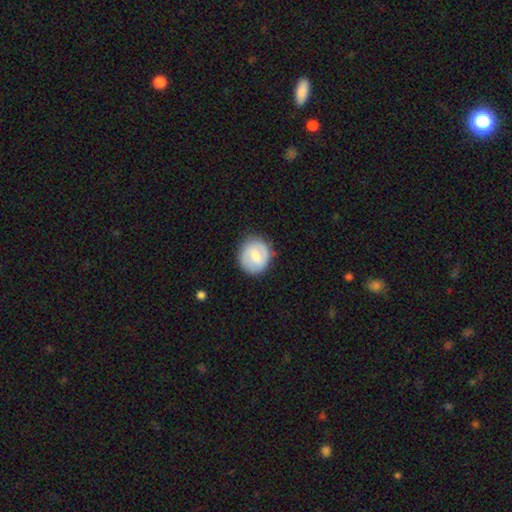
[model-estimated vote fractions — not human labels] Smooth or featured? smooth (61%)
How rounded? round (81%)
Merging? none (82%)